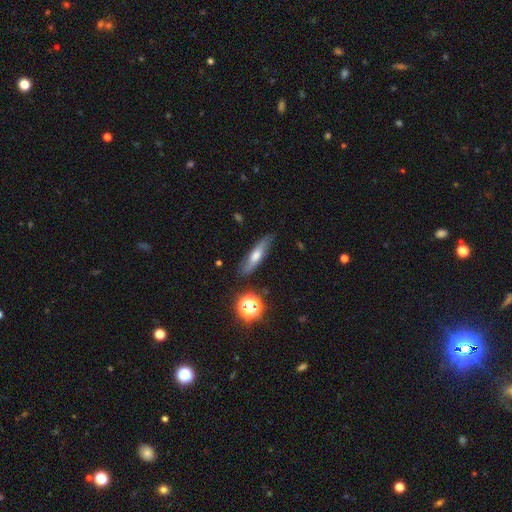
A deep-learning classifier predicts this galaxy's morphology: smooth-or-featured: smooth: 47% | featured or disk: 42% | star or artifact: 11%
  merging: none: 79% | minor disturbance: 15% | major disturbance: 4% | merger: 2%